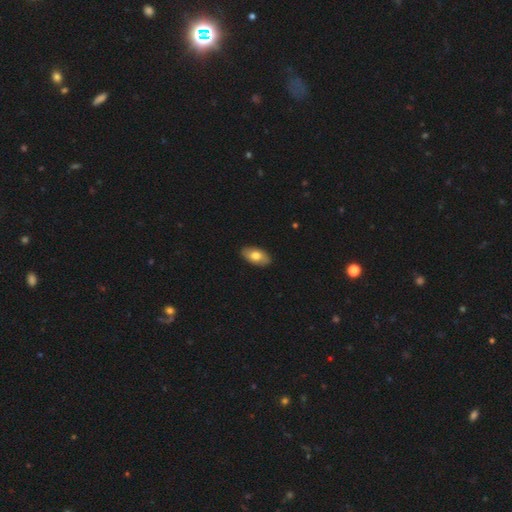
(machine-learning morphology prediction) Smooth or featured?
  - smooth: 74% *
  - featured or disk: 20%
  - star or artifact: 6%
How rounded?
  - in between: 94% *
  - round: 4%
  - cigar-shaped: 2%
Merging?
  - none: 89% *
  - minor disturbance: 8%
  - major disturbance: 2%
  - merger: 1%